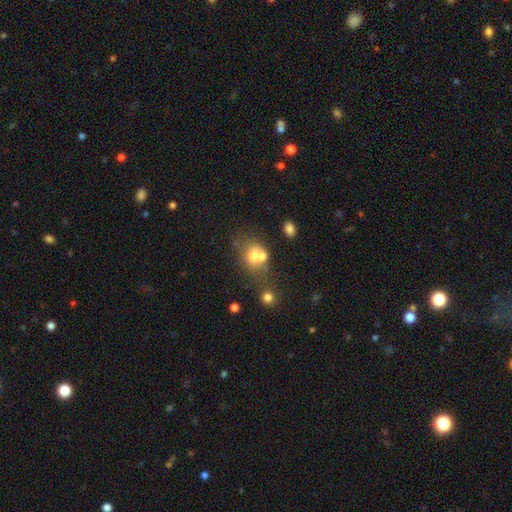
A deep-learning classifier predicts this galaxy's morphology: Smooth or featured? smooth (65%)
How rounded? round (56%)
Merging? merger (48%)